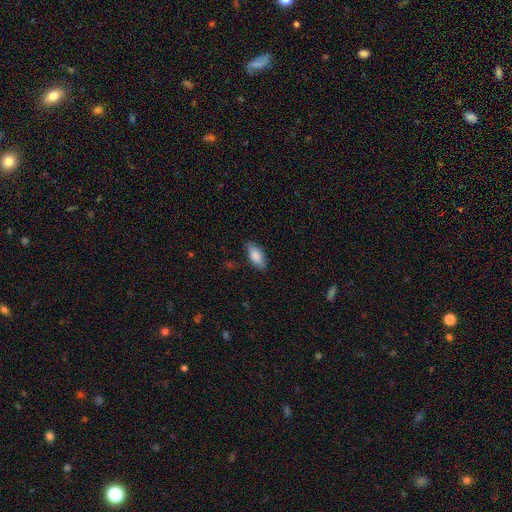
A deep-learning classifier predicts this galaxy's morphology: Smooth or featured? smooth (82%)
How rounded? in between (83%)
Merging? none (81%)